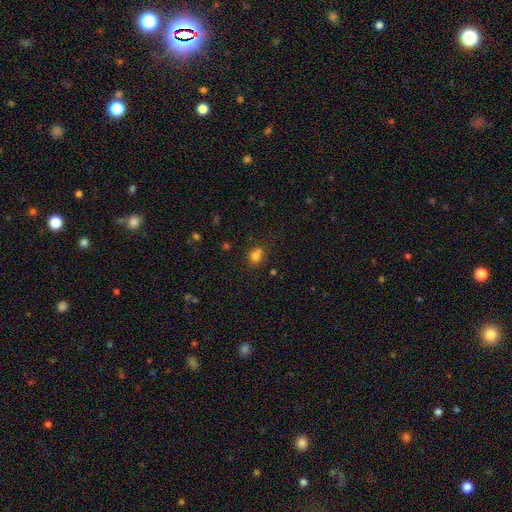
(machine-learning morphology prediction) This appears to be a smooth galaxy with no disk features (75%) that is round (76%). Merging: none (55%).